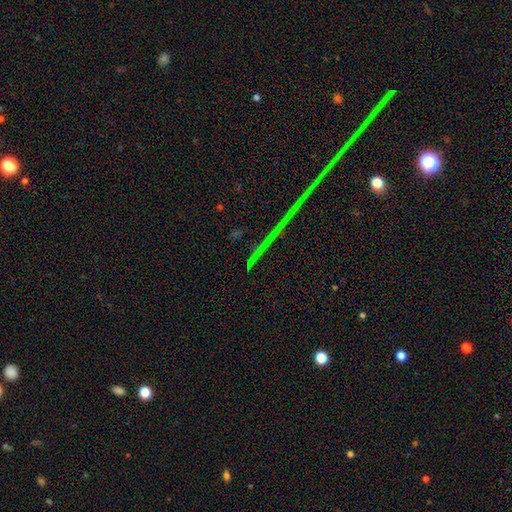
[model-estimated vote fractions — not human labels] A star or artifact, not a galaxy (82%).

Vote fractions:
- Smooth or featured? star or artifact: 82% / featured or disk: 10% / smooth: 8%